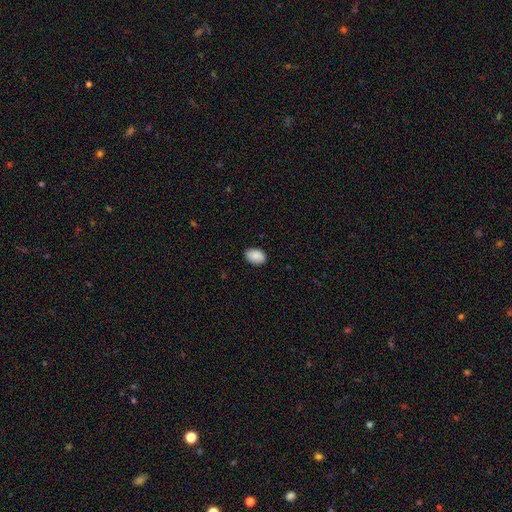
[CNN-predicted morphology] type=smooth (90%); roundness=in between (87%); merging=none (86%).